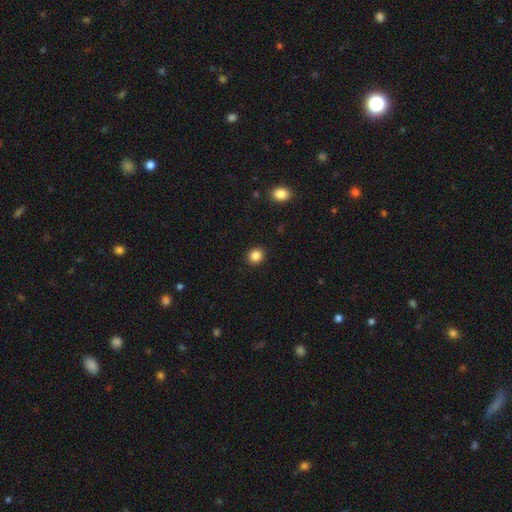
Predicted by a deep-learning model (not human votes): Q: Smooth or featured?
A: smooth (85%); runner-up: star or artifact (11%)
Q: How rounded?
A: round (86%); runner-up: in between (13%)
Q: Merging?
A: none (92%); runner-up: minor disturbance (5%)